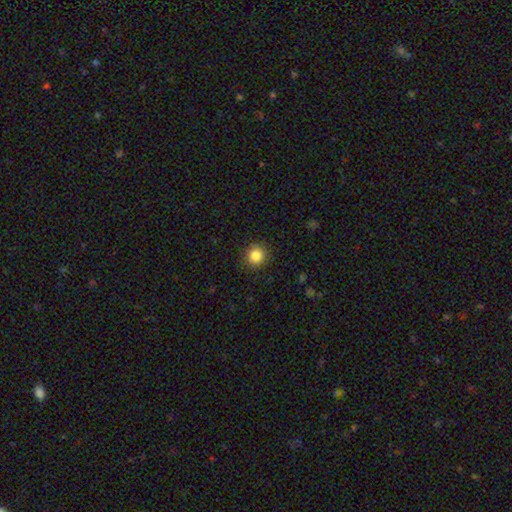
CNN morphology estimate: Smooth or featured? Predicted: smooth (p=0.84). How rounded? Predicted: round (p=0.93). Merging? Predicted: none (p=0.90).